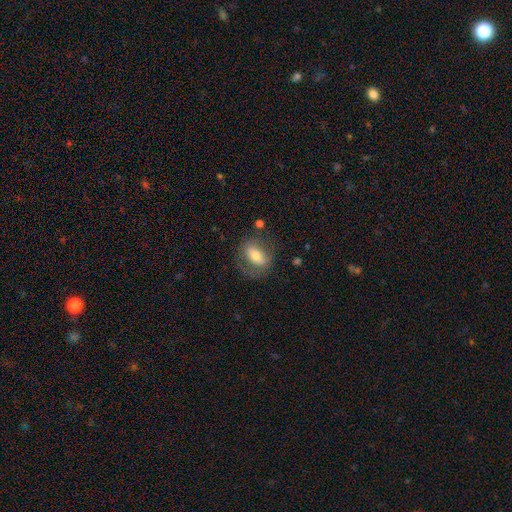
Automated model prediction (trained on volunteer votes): This is possibly a smooth galaxy (53%). How rounded: likely in between (76%). Merging: likely none (65%).